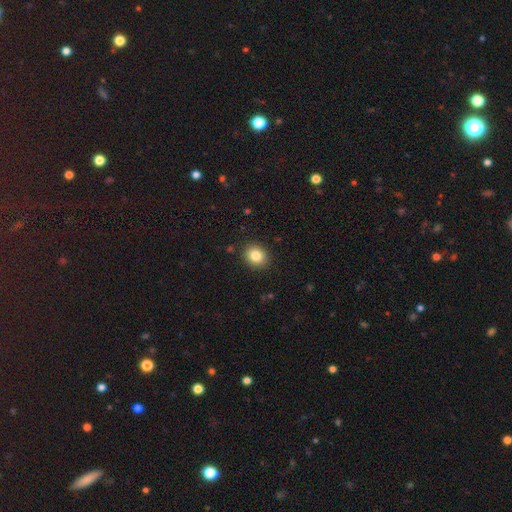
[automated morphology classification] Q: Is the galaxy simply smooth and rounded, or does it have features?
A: smooth — 83%.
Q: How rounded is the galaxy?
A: round — 69%.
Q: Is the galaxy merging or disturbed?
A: none — 90%.